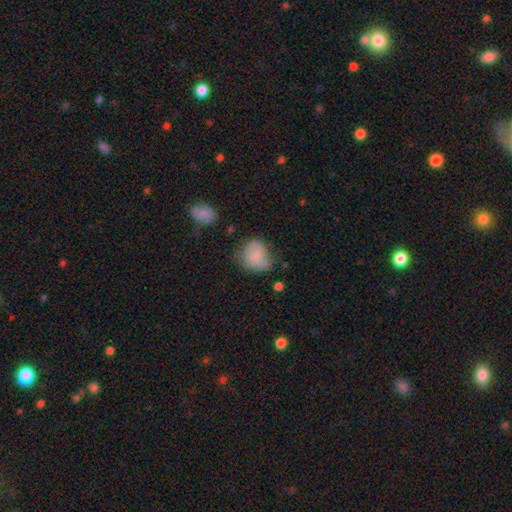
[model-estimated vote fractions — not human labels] Smooth or featured: smooth — 70% (featured or disk — 22%)
How rounded: round — 66% (in between — 33%)
Merging: none — 51% (minor disturbance — 32%)